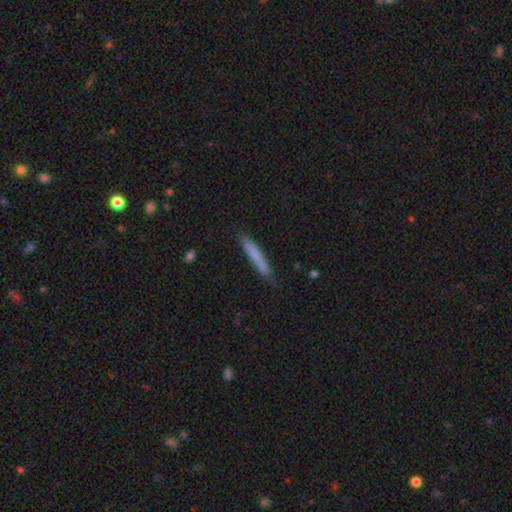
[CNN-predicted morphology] The model was most divided on "smooth or featured": smooth: 74%, featured or disk: 20%, star or artifact: 6%. More confident: how rounded — cigar-shaped (95%); merging — none (82%).